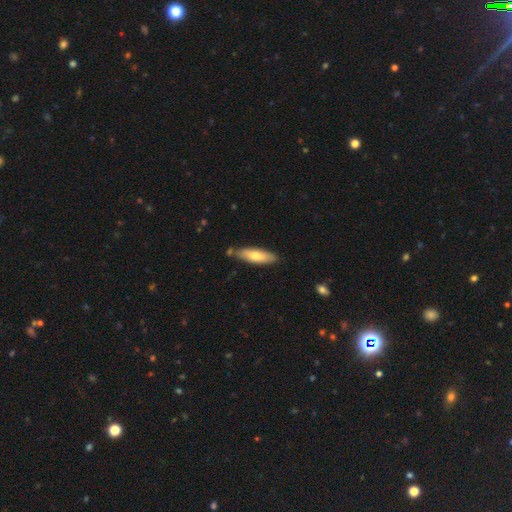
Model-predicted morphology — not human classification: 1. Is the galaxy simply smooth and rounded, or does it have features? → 72% smooth, 23% featured or disk, 5% star or artifact.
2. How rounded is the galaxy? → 58% cigar-shaped, 41% in between, 1% round.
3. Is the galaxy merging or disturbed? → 77% none, 15% minor disturbance, 6% merger, 3% major disturbance.